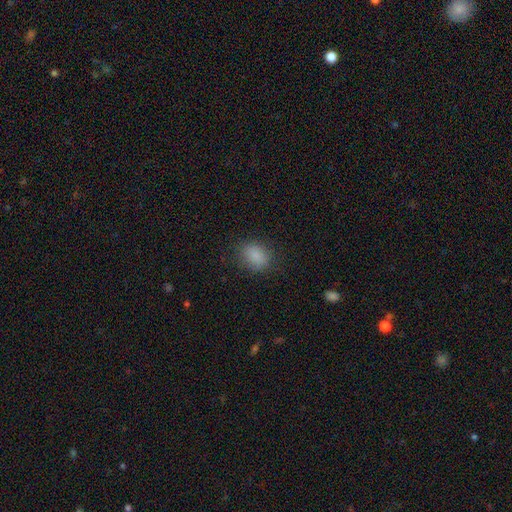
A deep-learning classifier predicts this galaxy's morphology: Smooth or featured: smooth — 86% (star or artifact — 10%)
How rounded: in between — 68% (round — 31%)
Merging: none — 80% (minor disturbance — 14%)